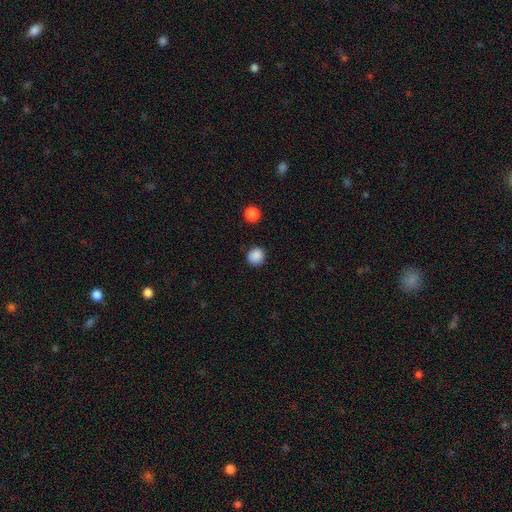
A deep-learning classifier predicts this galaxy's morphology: Smooth or featured: smooth — 87% (star or artifact — 10%)
How rounded: round — 91% (in between — 8%)
Merging: none — 88% (minor disturbance — 8%)